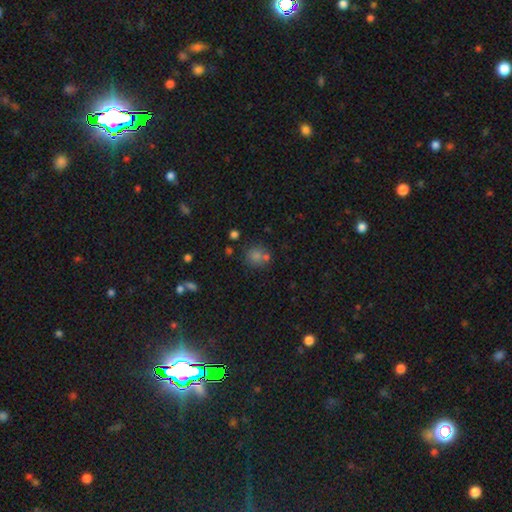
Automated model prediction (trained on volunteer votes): Overall: smooth (67%). How rounded: round (85%). Merging: none (67%).